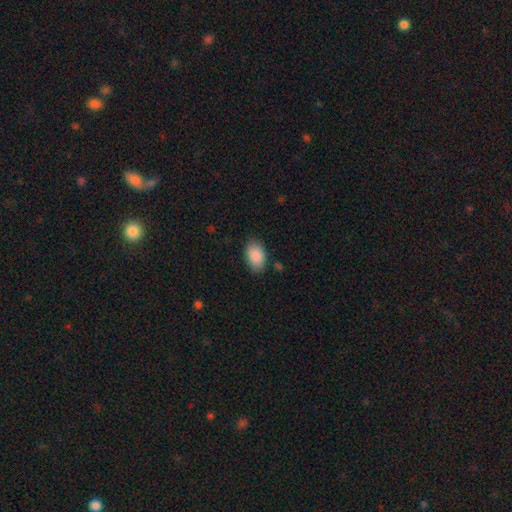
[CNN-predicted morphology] A smooth galaxy with no disk features (89%) that is in between round and cigar-shaped (89%).

Vote fractions:
- Smooth or featured? smooth: 89% / star or artifact: 7% / featured or disk: 4%
- How rounded? in between: 89% / round: 10% / cigar-shaped: 1%
- Merging? none: 82% / minor disturbance: 13% / major disturbance: 3% / merger: 2%